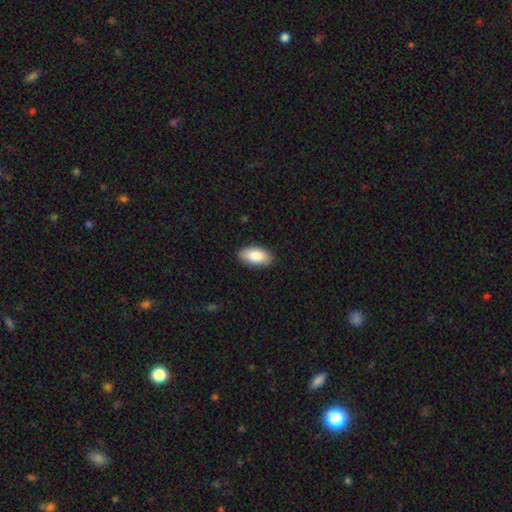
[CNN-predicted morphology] type=smooth (88%); roundness=in between (94%); merging=none (88%).